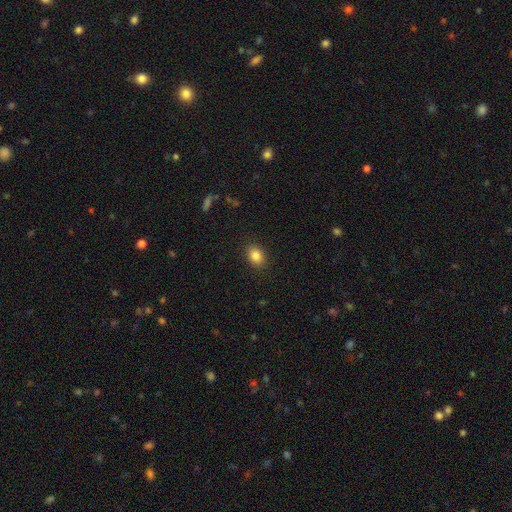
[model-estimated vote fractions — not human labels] This is clearly a smooth galaxy (85%). How rounded: likely in between (62%). Merging: clearly none (89%).